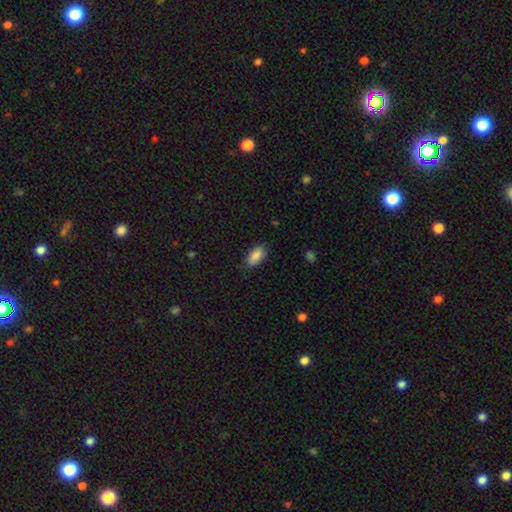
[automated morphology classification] Smooth or featured? Predicted: smooth (p=0.88). How rounded? Predicted: in between (p=0.91). Merging? Predicted: none (p=0.82).